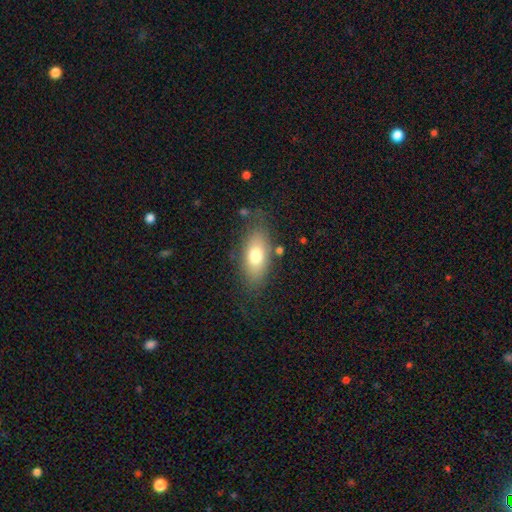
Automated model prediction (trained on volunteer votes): smooth 71%, featured or disk 21%, star or artifact 8%. Down the decision tree: how rounded — in between (85%); merging — none (74%).